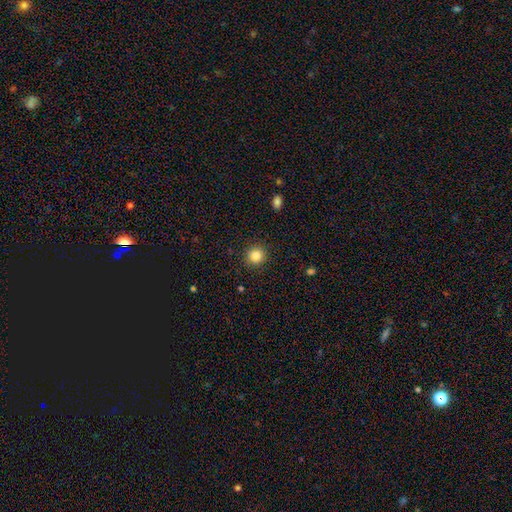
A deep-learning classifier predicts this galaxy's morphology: Q: Smooth or featured?
A: smooth (84%); runner-up: star or artifact (11%)
Q: How rounded?
A: round (92%); runner-up: in between (7%)
Q: Merging?
A: none (92%); runner-up: minor disturbance (5%)